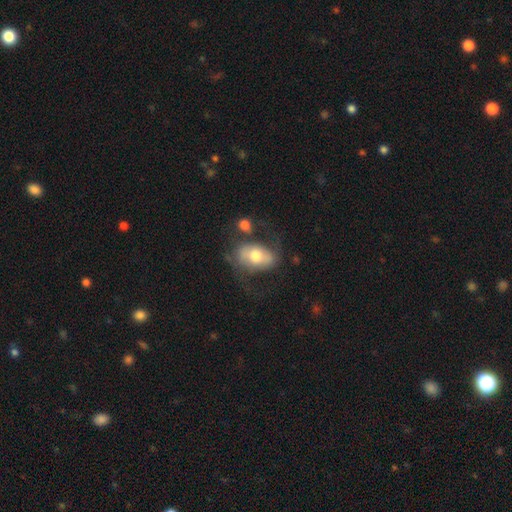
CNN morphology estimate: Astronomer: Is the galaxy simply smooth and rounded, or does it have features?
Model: smooth — 53% (runner-up: featured or disk, 41%).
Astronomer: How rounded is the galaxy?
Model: in between — 87%.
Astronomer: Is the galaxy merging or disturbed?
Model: none — 50%.